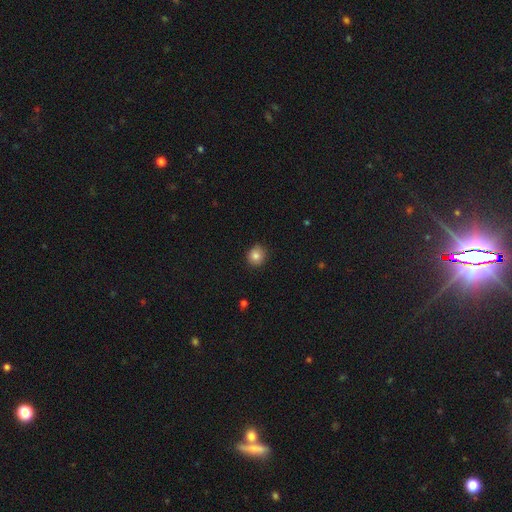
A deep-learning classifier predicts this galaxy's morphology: smooth 84%, star or artifact 10%, featured or disk 6%. Down the decision tree: how rounded — round (87%); merging — none (86%).